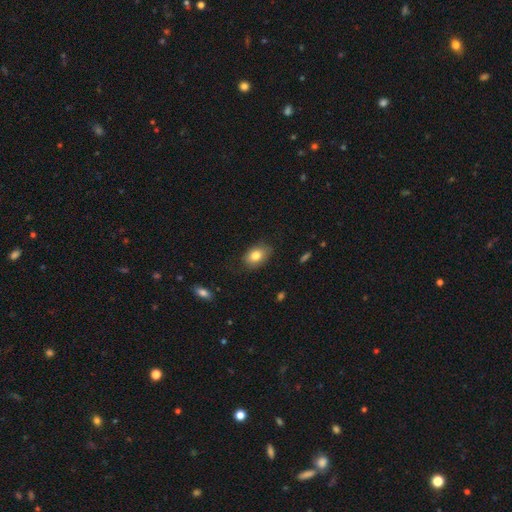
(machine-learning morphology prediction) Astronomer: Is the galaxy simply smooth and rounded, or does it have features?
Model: smooth — 80%.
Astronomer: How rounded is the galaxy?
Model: in between — 83%.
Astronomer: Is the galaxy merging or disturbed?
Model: none — 77%.